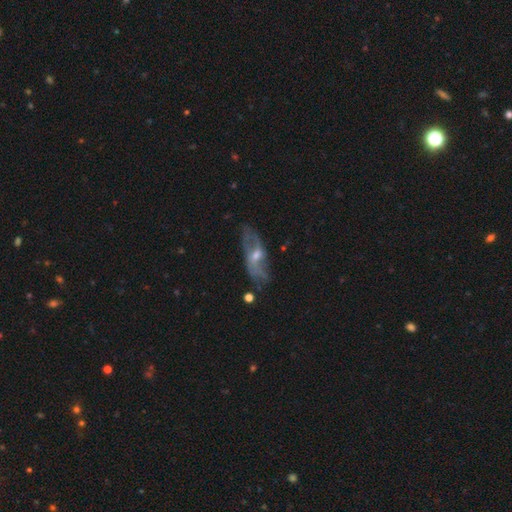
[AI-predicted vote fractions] Smooth or featured? Predicted: featured or disk (p=0.70). Edge-on disk? Predicted: no (p=0.77). Bar? Predicted: no (p=0.53). Spiral arms? Predicted: yes (p=0.71). Bulge size? Predicted: moderate (p=0.50). Merging? Predicted: none (p=0.69).